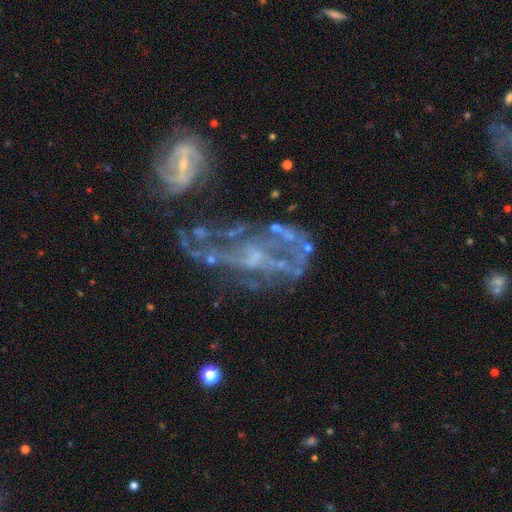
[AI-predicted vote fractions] Morphology: type=featured or disk (74%); edge-on=no (95%); bar=no (64%); spiral arms=yes (54%); bulge=small (45%); merging=merger (32%).